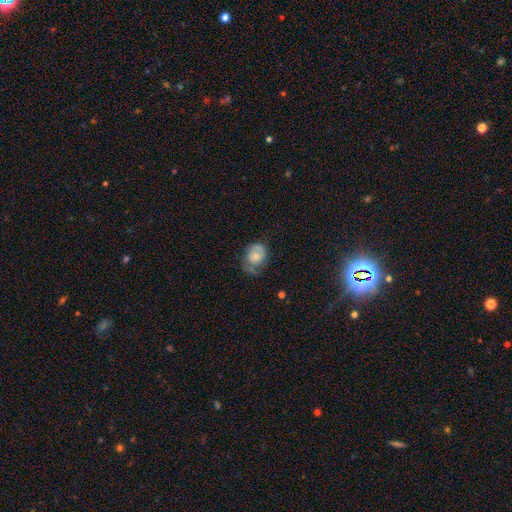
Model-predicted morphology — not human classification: Q: Smooth or featured?
A: smooth (47%); runner-up: featured or disk (45%)
Q: Merging?
A: none (42%); runner-up: minor disturbance (32%)